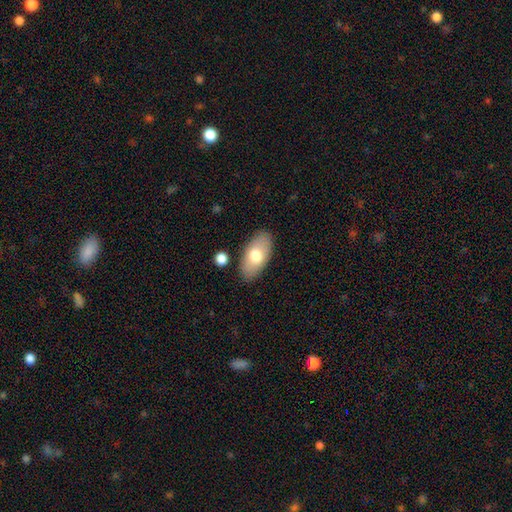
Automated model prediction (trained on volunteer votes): A smooth galaxy with no disk features (72%) that is in between round and cigar-shaped (93%). Merging: none (84%).